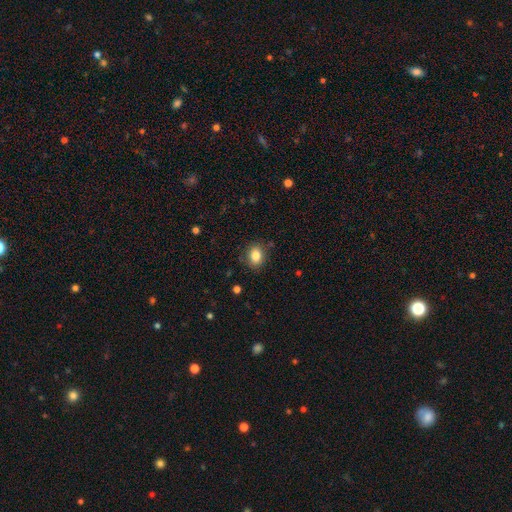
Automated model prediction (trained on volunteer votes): smooth_or_featured: smooth (p=0.83) [alt: star or artifact p=0.10]
how_rounded: in between (p=0.56) [alt: round p=0.43]
merging: none (p=0.85) [alt: minor disturbance p=0.11]